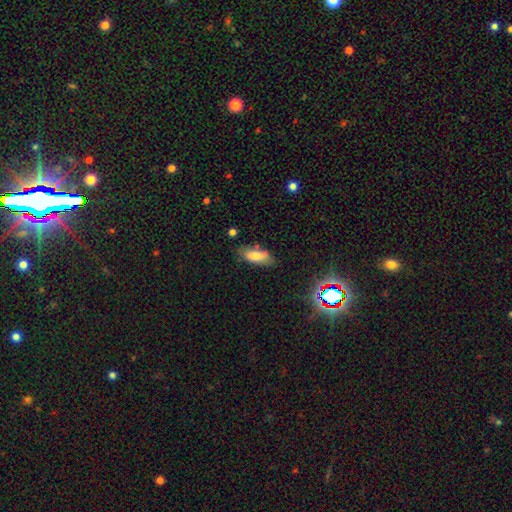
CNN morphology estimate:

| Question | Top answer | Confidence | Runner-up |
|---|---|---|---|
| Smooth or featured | smooth | 76% | featured or disk (15%) |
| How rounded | in between | 77% | cigar-shaped (21%) |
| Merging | none | 70% | minor disturbance (22%) |